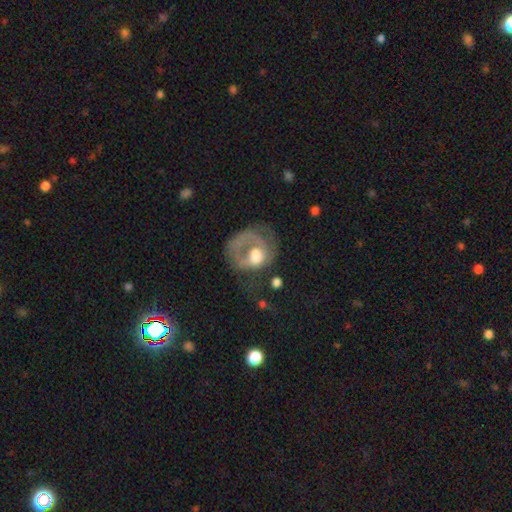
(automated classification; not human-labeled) Smooth or featured? featured or disk (60%)
Edge-on disk? no (97%)
Bar? no (79%)
Spiral arms? yes (56%)
Bulge size? moderate (42%)
Merging? major disturbance (50%)